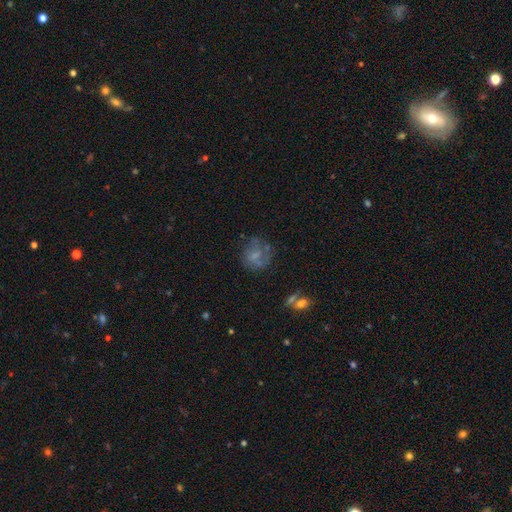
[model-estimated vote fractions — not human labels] smooth-or-featured: smooth: 49% | featured or disk: 39% | star or artifact: 12%
  merging: none: 55% | minor disturbance: 22% | major disturbance: 18% | merger: 4%